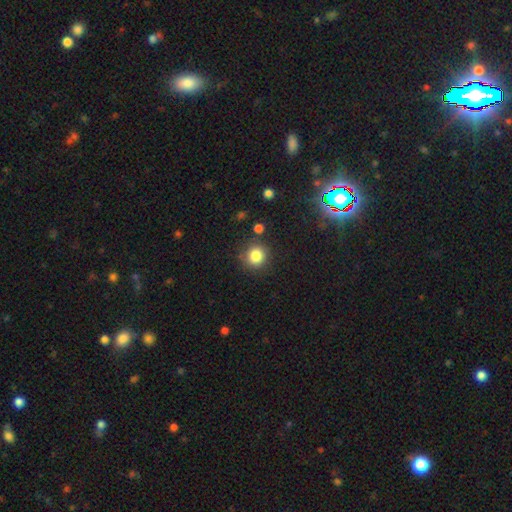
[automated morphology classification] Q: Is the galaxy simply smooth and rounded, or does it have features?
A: smooth — 83%.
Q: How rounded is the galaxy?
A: round — 89%.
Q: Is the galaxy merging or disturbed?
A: none — 84%.